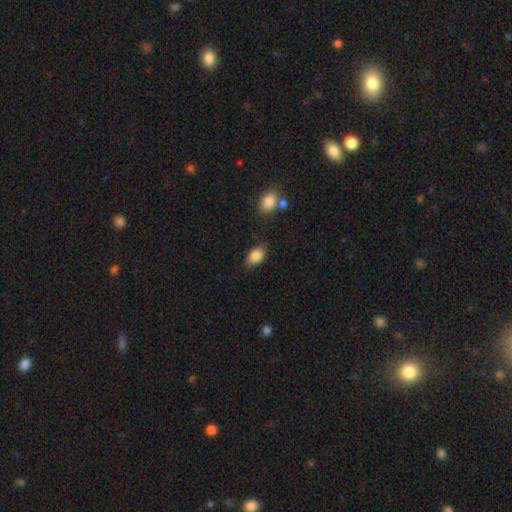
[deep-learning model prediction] A smooth galaxy with no disk features (85%) that is in between round and cigar-shaped (88%).

Vote fractions:
- Smooth or featured? smooth: 85% / star or artifact: 8% / featured or disk: 7%
- How rounded? in between: 88% / round: 10% / cigar-shaped: 2%
- Merging? none: 75% / minor disturbance: 18% / major disturbance: 4% / merger: 3%